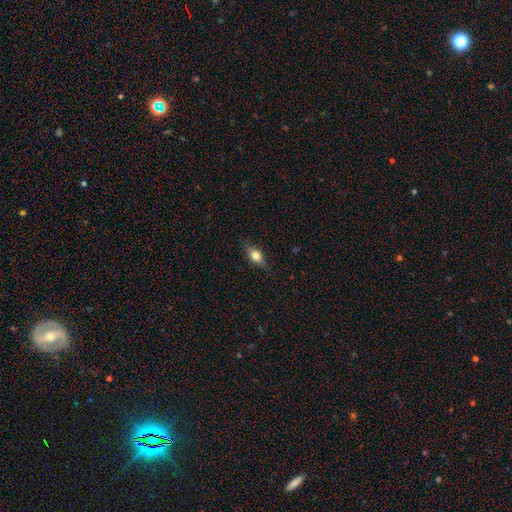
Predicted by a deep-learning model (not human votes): Q: Smooth or featured?
A: smooth (66%); runner-up: featured or disk (25%)
Q: How rounded?
A: in between (71%); runner-up: round (15%)
Q: Merging?
A: none (79%); runner-up: minor disturbance (16%)